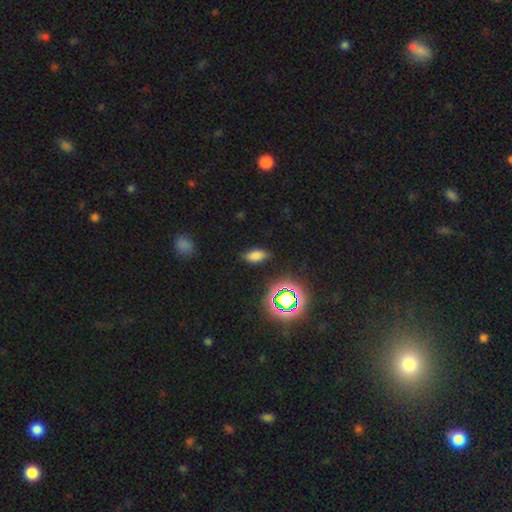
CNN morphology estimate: A smooth galaxy with no disk features (71%) that is in between round and cigar-shaped (86%).

Vote fractions:
- Smooth or featured? smooth: 71% / star or artifact: 19% / featured or disk: 10%
- How rounded? in between: 86% / cigar-shaped: 8% / round: 5%
- Merging? none: 81% / minor disturbance: 14% / major disturbance: 4% / merger: 2%